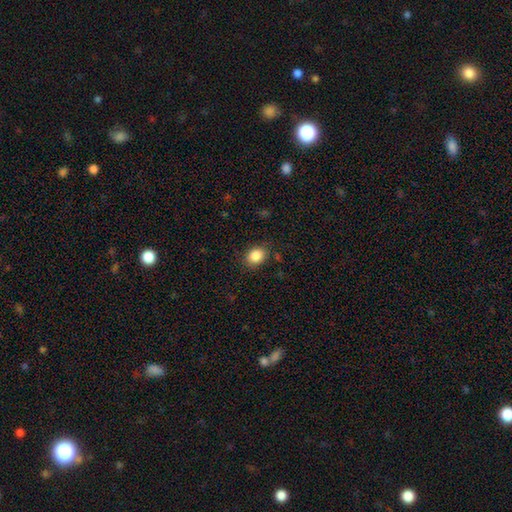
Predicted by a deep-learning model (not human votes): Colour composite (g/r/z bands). It shows a smooth galaxy with no disk features (86%) that is in between round and cigar-shaped (59%). Merging: none (83%).